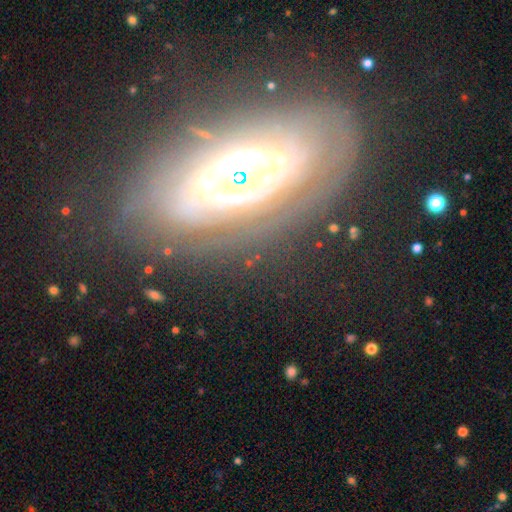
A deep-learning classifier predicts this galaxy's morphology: This is likely a featured or disk galaxy (74%). It is clearly not viewed edge-on (83%). Bar: likely no (72%). Spiral arm pattern: likely yes (71%). Central bulge: marginally small (31%). Merging: likely none (71%).